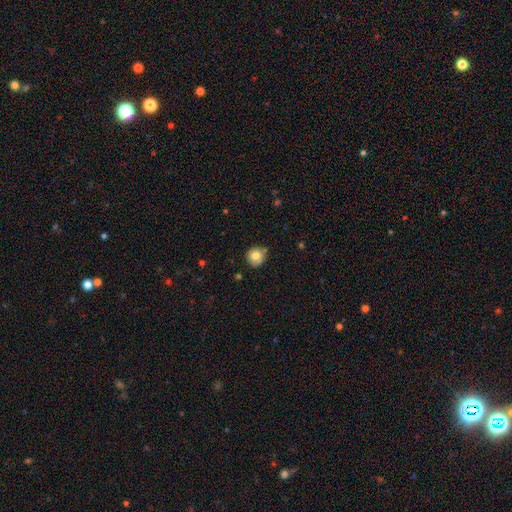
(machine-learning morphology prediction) This is likely a smooth galaxy (78%). How rounded: clearly round (88%). Merging: likely none (74%).